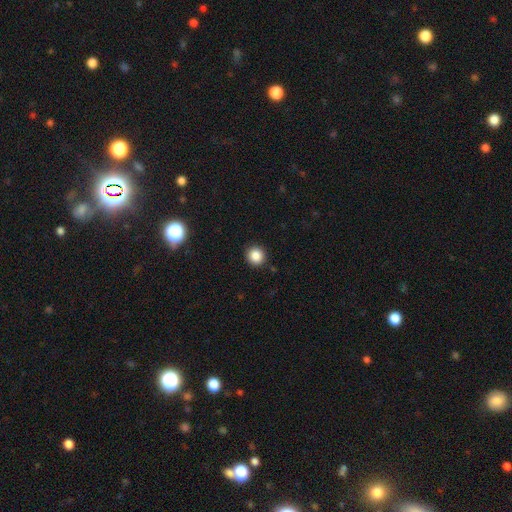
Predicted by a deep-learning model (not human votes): Q: Smooth or featured?
A: smooth (86%); runner-up: star or artifact (10%)
Q: How rounded?
A: round (94%); runner-up: in between (5%)
Q: Merging?
A: none (91%); runner-up: minor disturbance (6%)